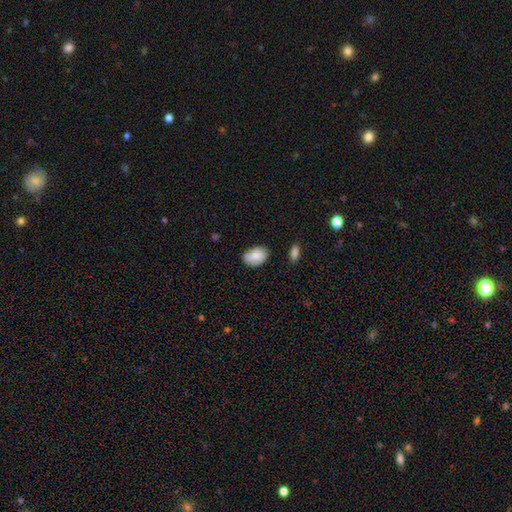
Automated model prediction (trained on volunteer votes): A smooth galaxy with no disk features (84%) that is in between round and cigar-shaped (84%). Merging: none (74%).